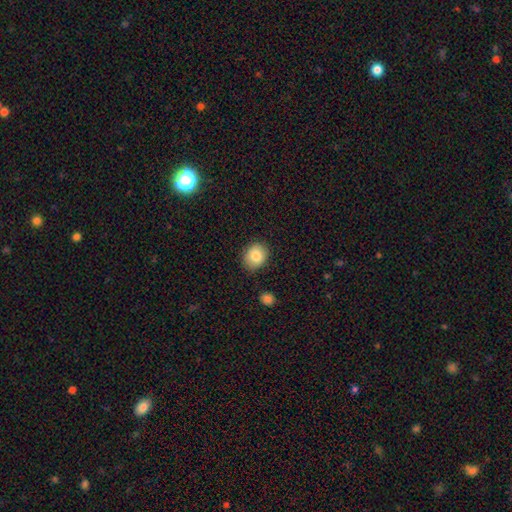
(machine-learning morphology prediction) This appears to be a smooth galaxy with no disk features (84%) that is round (61%). Merging: none (84%).